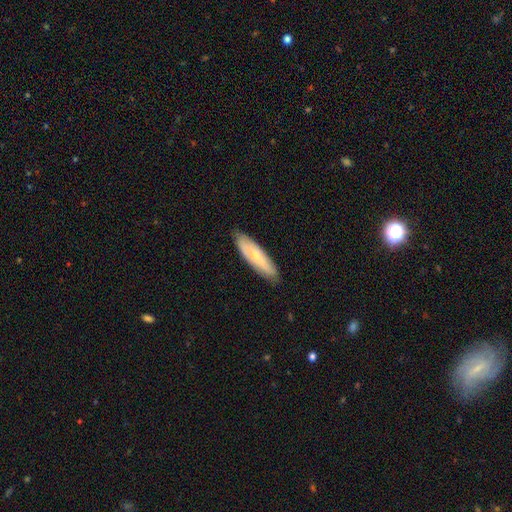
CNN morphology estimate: Smooth or featured: smooth — 56% (featured or disk — 39%)
How rounded: cigar-shaped — 65% (in between — 33%)
Merging: none — 85% (minor disturbance — 12%)